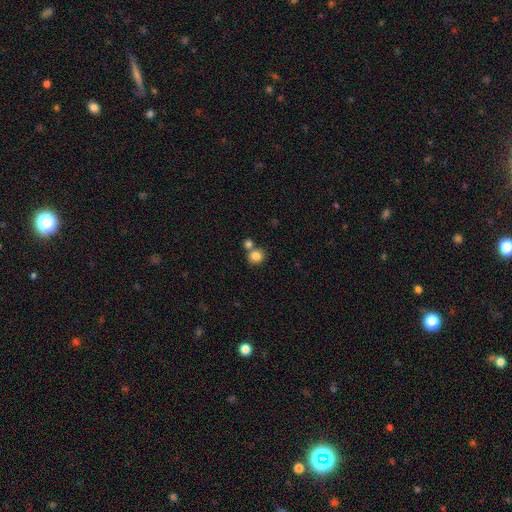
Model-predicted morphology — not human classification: Smooth or featured? Predicted: smooth (p=0.83). How rounded? Predicted: round (p=0.84). Merging? Predicted: none (p=0.57).